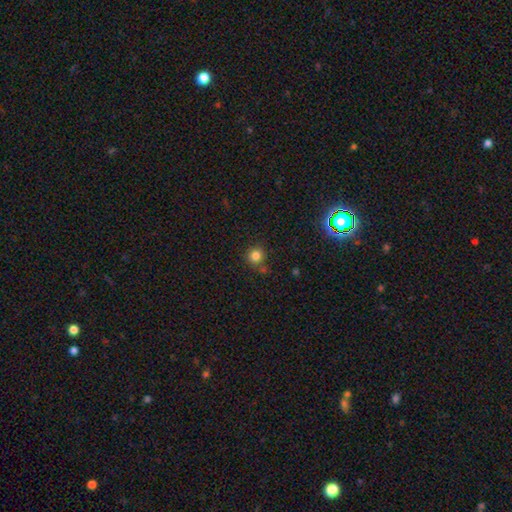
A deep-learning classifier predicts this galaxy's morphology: Smooth or featured? Predicted: smooth (p=0.82). How rounded? Predicted: round (p=0.91). Merging? Predicted: none (p=0.76).